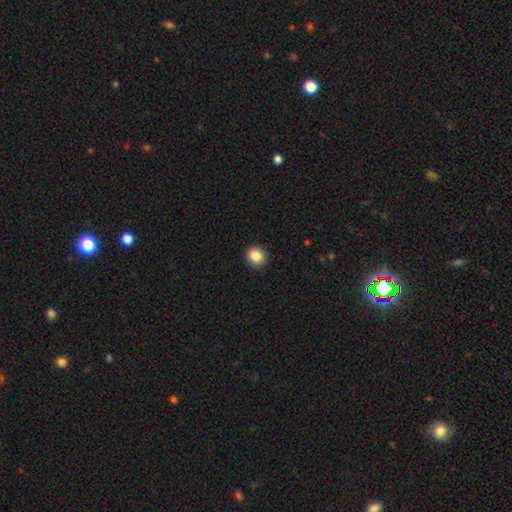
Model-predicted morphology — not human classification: This appears to be a smooth galaxy with no disk features (86%) that is round (88%). Merging: none (91%).